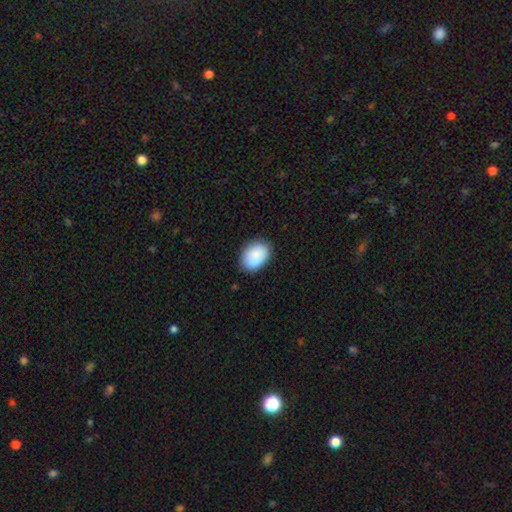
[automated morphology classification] Smooth or featured? smooth (89%)
How rounded? in between (80%)
Merging? none (82%)